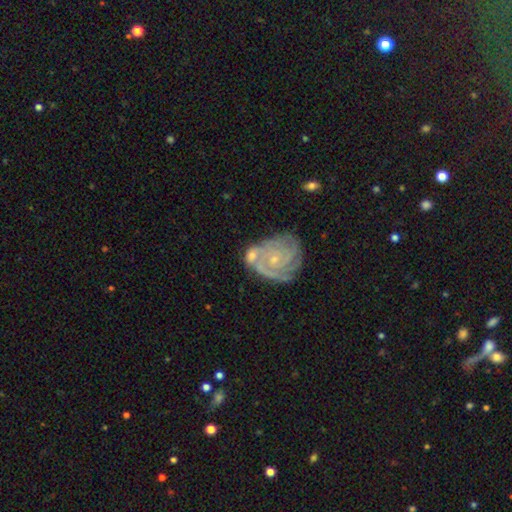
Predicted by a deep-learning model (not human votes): Q: Smooth or featured?
A: featured or disk (79%); runner-up: smooth (15%)
Q: Edge-on disk?
A: no (97%); runner-up: yes (3%)
Q: Bar?
A: no (73%); runner-up: weak (22%)
Q: Spiral arms?
A: yes (92%); runner-up: no (8%)
Q: Spiral winding?
A: tight (72%); runner-up: medium (22%)
Q: Spiral arm count?
A: can't tell (29%); runner-up: 3 (25%)
Q: Bulge size?
A: small (75%); runner-up: moderate (17%)
Q: Merging?
A: none (45%); runner-up: merger (28%)